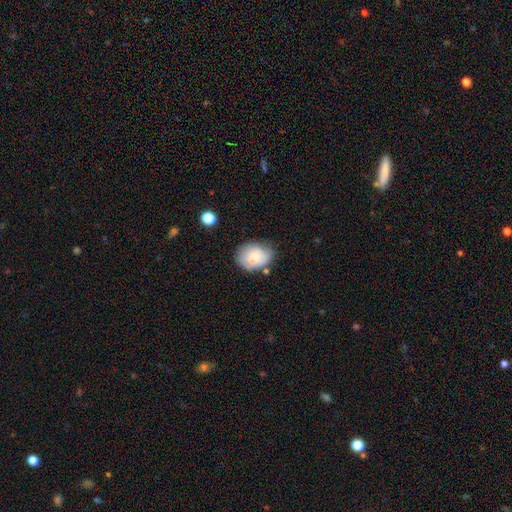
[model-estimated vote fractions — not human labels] This is likely a smooth galaxy (68%). How rounded: likely in between (61%). Merging: possibly none (52%).